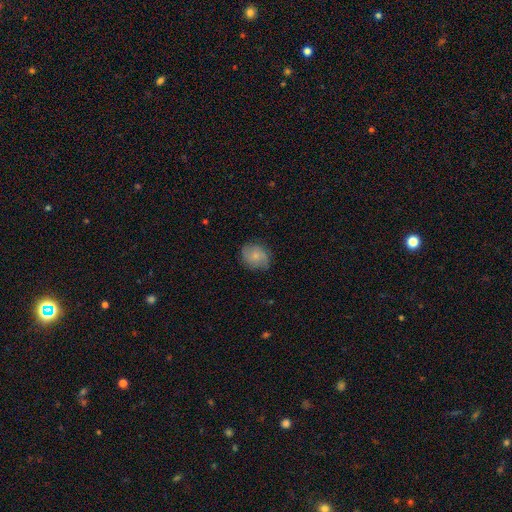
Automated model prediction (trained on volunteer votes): smooth_or_featured: smooth (p=0.68) [alt: featured or disk p=0.24]
how_rounded: round (p=0.72) [alt: in between p=0.27]
merging: none (p=0.78) [alt: minor disturbance p=0.17]